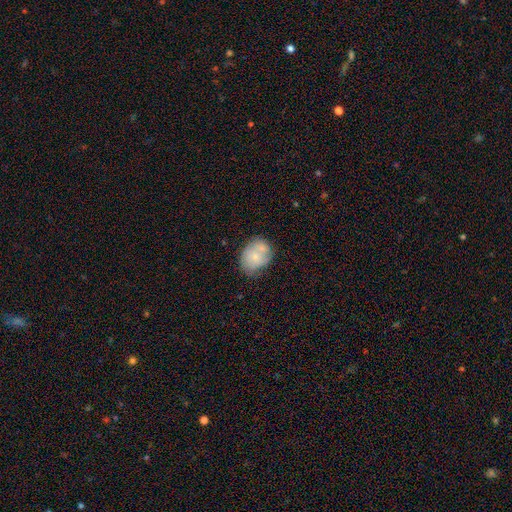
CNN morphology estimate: A smooth galaxy with no disk features (67%) that is in between round and cigar-shaped (57%). Merging: none (48%).